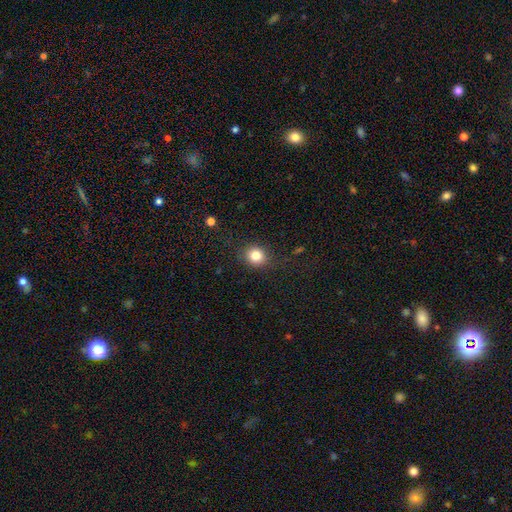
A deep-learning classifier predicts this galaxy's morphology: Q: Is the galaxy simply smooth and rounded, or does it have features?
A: smooth — 82%.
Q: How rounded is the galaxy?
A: round — 78%.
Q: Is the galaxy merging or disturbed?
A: none — 85%.